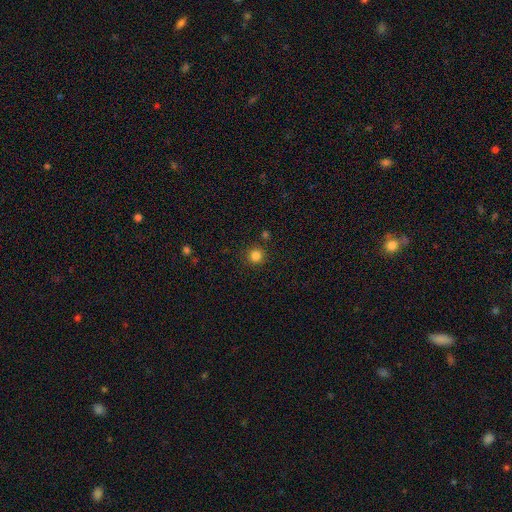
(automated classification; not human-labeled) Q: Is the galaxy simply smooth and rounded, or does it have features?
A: smooth — 83%.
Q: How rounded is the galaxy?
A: round — 95%.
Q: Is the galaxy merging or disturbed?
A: none — 88%.